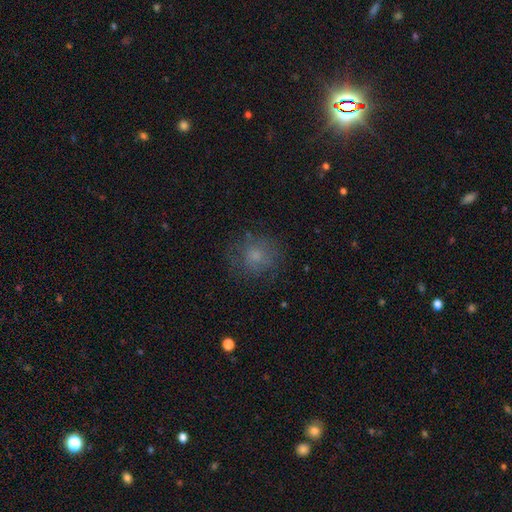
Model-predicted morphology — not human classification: The model was most divided on "smooth or featured": smooth: 67%, featured or disk: 19%, star or artifact: 14%. More confident: how rounded — round (85%); merging — none (71%).